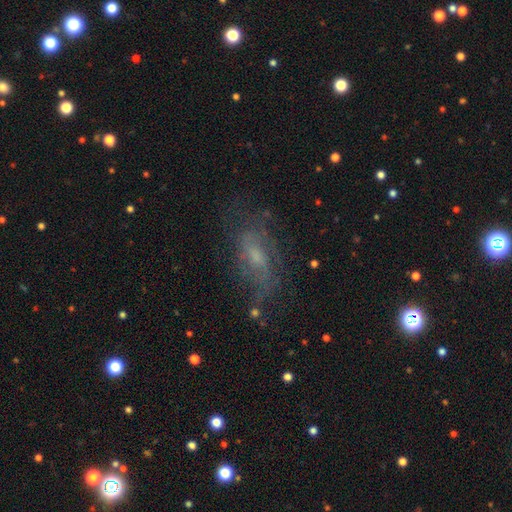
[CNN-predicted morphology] Overall: featured or disk (53%; smooth 30%). Edge-on disk: no (86%). Merging: none (63%).